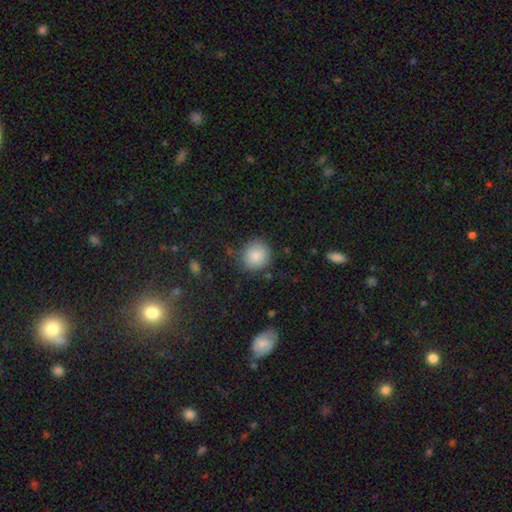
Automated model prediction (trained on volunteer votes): The model was most divided on "merging": none: 82%, minor disturbance: 12%, major disturbance: 4%, merger: 2%. More confident: how rounded — round (89%); smooth or featured — smooth (85%).